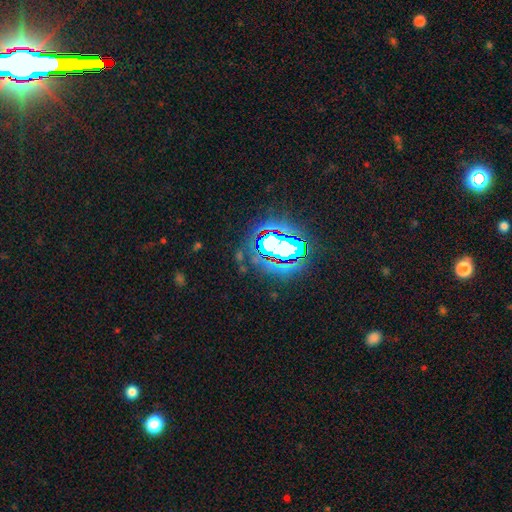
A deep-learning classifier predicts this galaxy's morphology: Q: Smooth or featured?
A: star or artifact (83%); runner-up: smooth (10%)